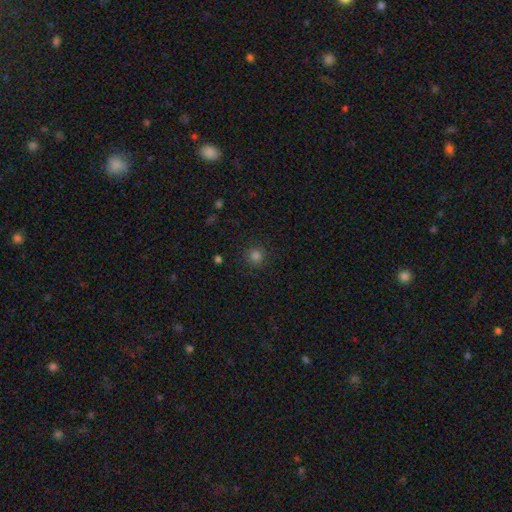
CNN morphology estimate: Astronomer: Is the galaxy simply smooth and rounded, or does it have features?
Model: smooth — 80%.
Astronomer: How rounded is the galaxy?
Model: round — 94%.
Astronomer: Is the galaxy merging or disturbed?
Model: none — 89%.